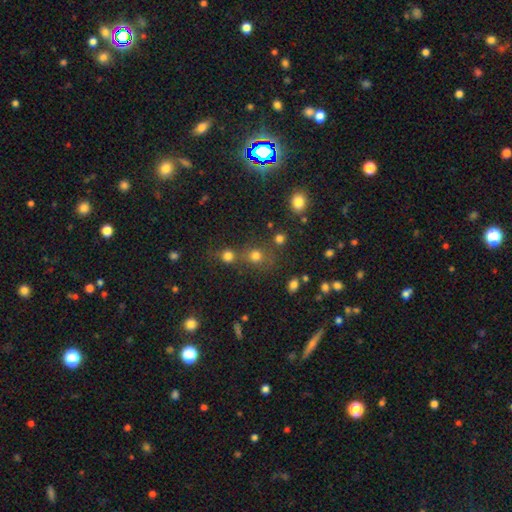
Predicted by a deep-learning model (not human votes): Smooth or featured?
  - smooth: 74% *
  - star or artifact: 19%
  - featured or disk: 8%
How rounded?
  - round: 84% *
  - in between: 15%
  - cigar-shaped: 1%
Merging?
  - none: 54% *
  - merger: 31%
  - minor disturbance: 9%
  - major disturbance: 6%